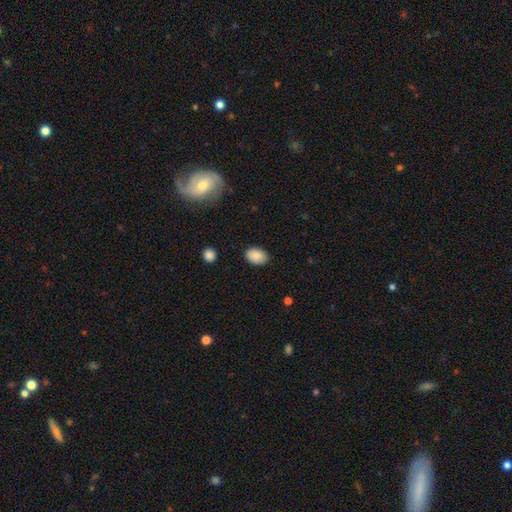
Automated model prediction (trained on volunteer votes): Morphology: type=smooth (87%); roundness=in between (83%); merging=none (86%).